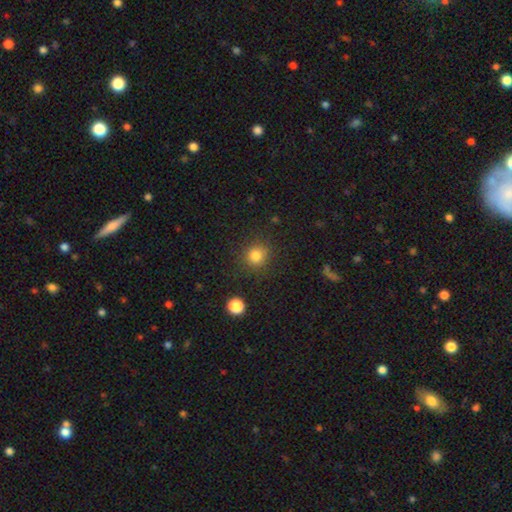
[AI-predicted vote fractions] smooth 81%, star or artifact 13%, featured or disk 6%. Down the decision tree: how rounded — round (89%); merging — none (87%).